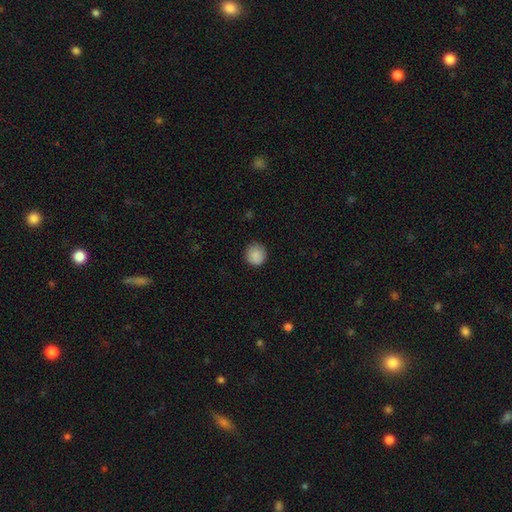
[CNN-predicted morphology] The model was most divided on "merging": none: 87%, minor disturbance: 10%, major disturbance: 2%, merger: 1%. More confident: how rounded — round (93%); smooth or featured — smooth (88%).